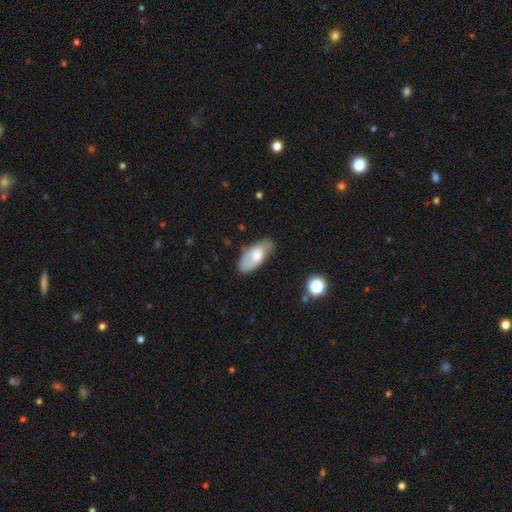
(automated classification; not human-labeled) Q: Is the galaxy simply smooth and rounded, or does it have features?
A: smooth — 64%.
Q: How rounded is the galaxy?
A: in between — 90%.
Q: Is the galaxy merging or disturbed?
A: none — 65%.